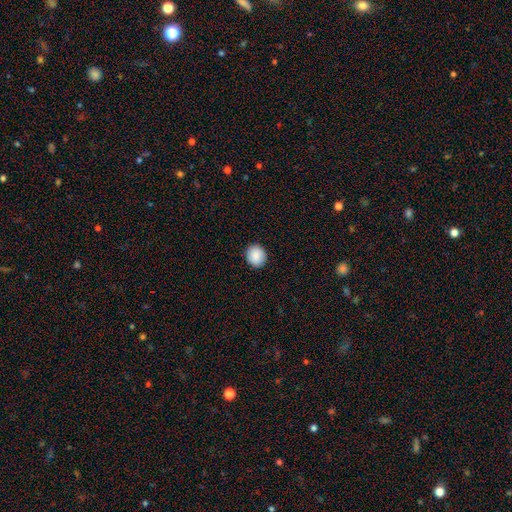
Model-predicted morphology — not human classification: type=smooth (89%); roundness=round (83%); merging=none (92%).